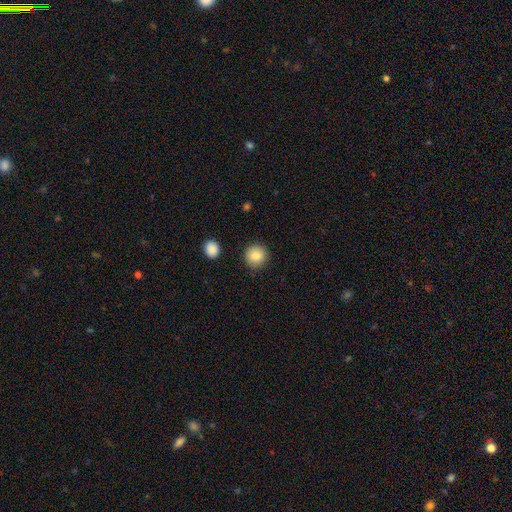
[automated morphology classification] Smooth or featured? Predicted: smooth (p=0.86). How rounded? Predicted: round (p=0.93). Merging? Predicted: none (p=0.90).